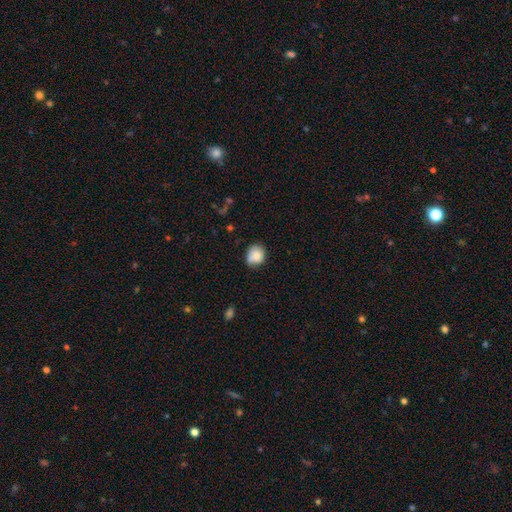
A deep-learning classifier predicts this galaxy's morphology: smooth-or-featured: smooth: 80% | featured or disk: 11% | star or artifact: 8%
  how-rounded: round: 69% | in between: 30% | cigar-shaped: 1%
  merging: none: 61% | minor disturbance: 29% | major disturbance: 6% | merger: 4%